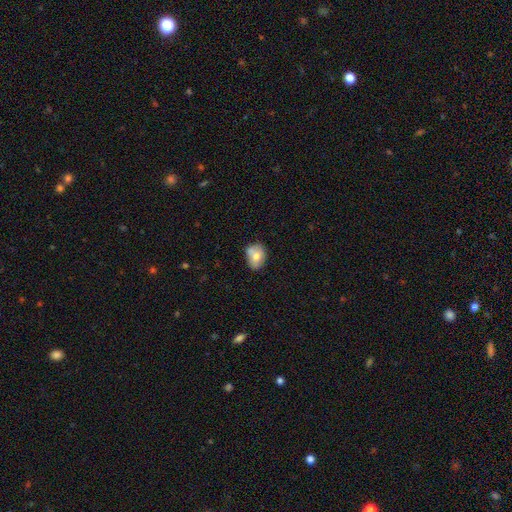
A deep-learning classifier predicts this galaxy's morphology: A smooth galaxy with no disk features (70%) that is in between round and cigar-shaped (63%). Merging: none (53%).